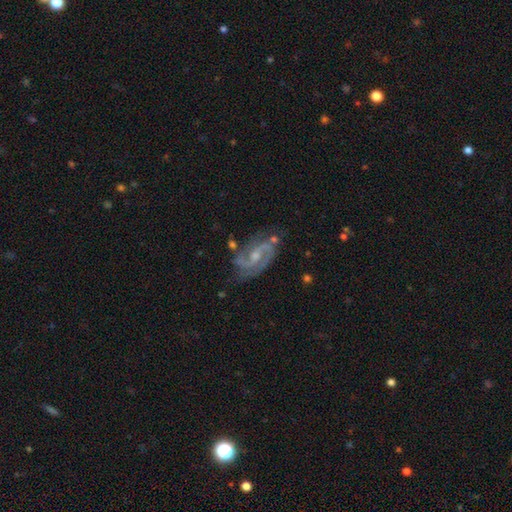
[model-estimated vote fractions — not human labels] Smooth or featured? featured or disk (90%)
Edge-on disk? no (97%)
Bar? weak (48%)
Spiral arms? yes (98%)
Spiral winding? medium (56%)
Spiral arm count? 2 (86%)
Bulge size? small (49%)
Merging? none (69%)